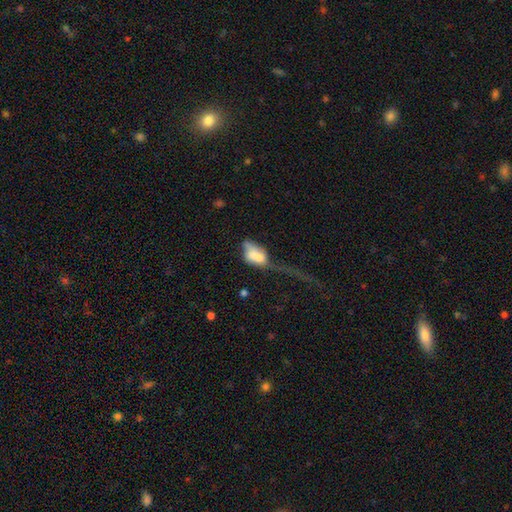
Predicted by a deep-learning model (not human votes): Overall: smooth (61%; featured or disk 29%). How rounded: in between (87%). Merging: major disturbance (53%; merger 20%).